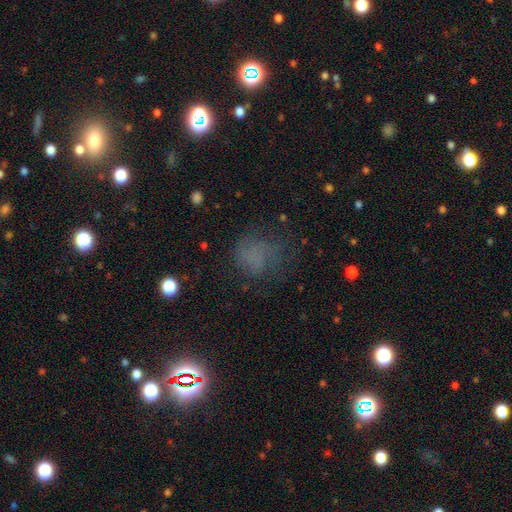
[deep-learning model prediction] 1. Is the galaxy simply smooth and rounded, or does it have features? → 49% smooth, 28% star or artifact, 23% featured or disk.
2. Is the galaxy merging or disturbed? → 55% none, 22% minor disturbance, 21% major disturbance, 2% merger.